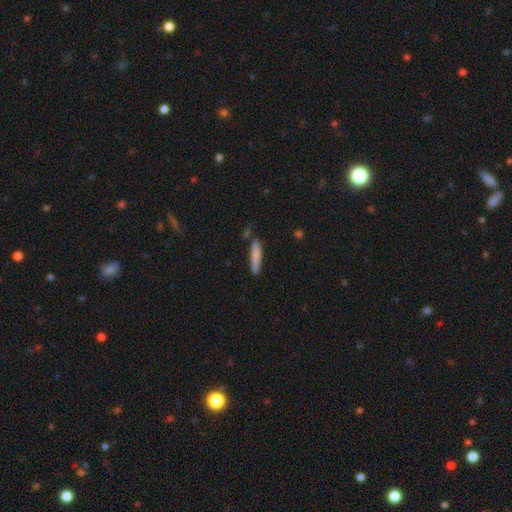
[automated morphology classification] smooth-or-featured: smooth: 78% | featured or disk: 16% | star or artifact: 6%
  how-rounded: cigar-shaped: 91% | in between: 7% | round: 1%
  merging: none: 76% | minor disturbance: 16% | merger: 5% | major disturbance: 3%